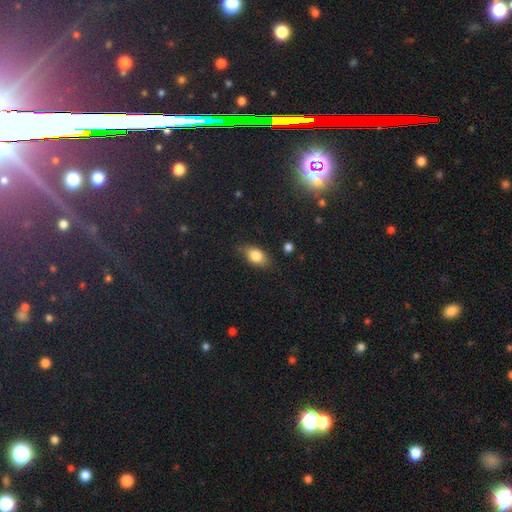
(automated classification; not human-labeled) Overall: smooth (80%). How rounded: in between (84%). Merging: none (73%).